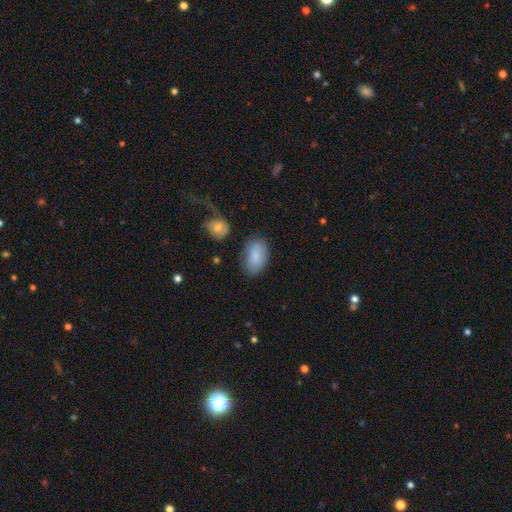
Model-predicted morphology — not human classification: Smooth or featured: smooth — 83% (featured or disk — 10%)
How rounded: in between — 93% (round — 5%)
Merging: none — 74% (minor disturbance — 16%)